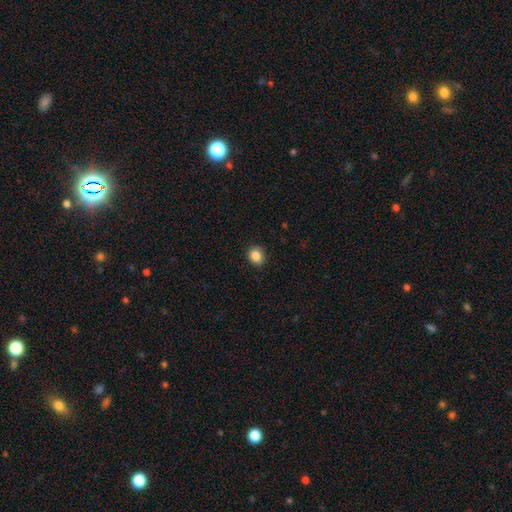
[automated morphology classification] Smooth or featured: smooth — 87% (star or artifact — 9%)
How rounded: round — 65% (in between — 34%)
Merging: none — 89% (minor disturbance — 8%)